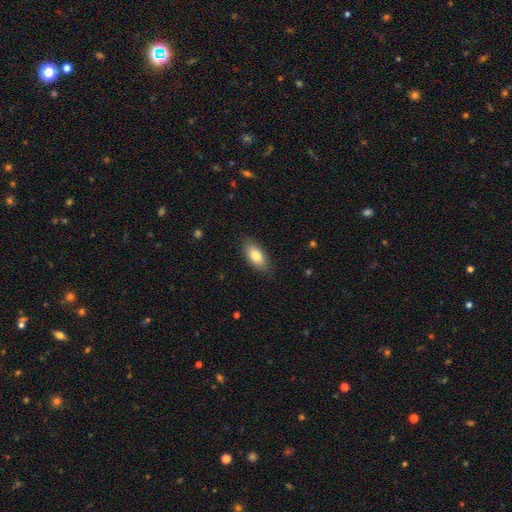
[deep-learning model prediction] Q: Smooth or featured?
A: smooth (79%); runner-up: featured or disk (14%)
Q: How rounded?
A: in between (87%); runner-up: cigar-shaped (9%)
Q: Merging?
A: none (84%); runner-up: minor disturbance (13%)